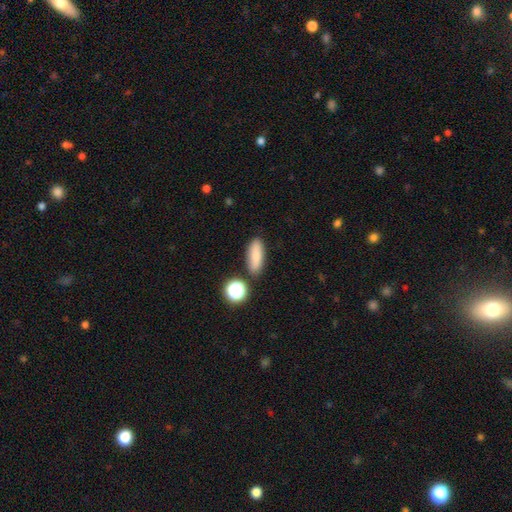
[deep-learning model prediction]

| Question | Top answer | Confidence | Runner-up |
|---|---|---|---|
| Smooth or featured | smooth | 81% | star or artifact (10%) |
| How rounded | in between | 64% | cigar-shaped (30%) |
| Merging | none | 82% | minor disturbance (10%) |